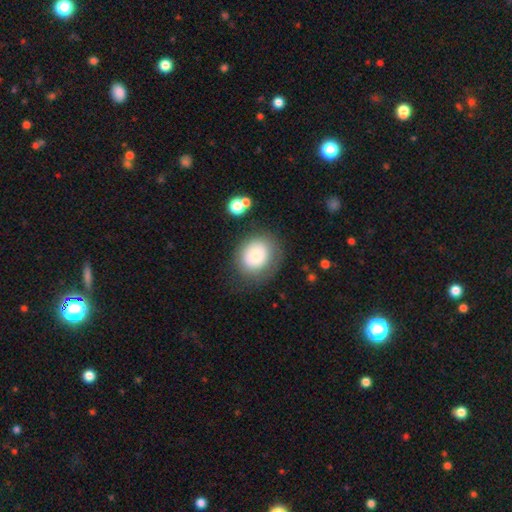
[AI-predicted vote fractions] This appears to be a smooth galaxy with no disk features (76%) that is round (70%). Merging: none (70%).